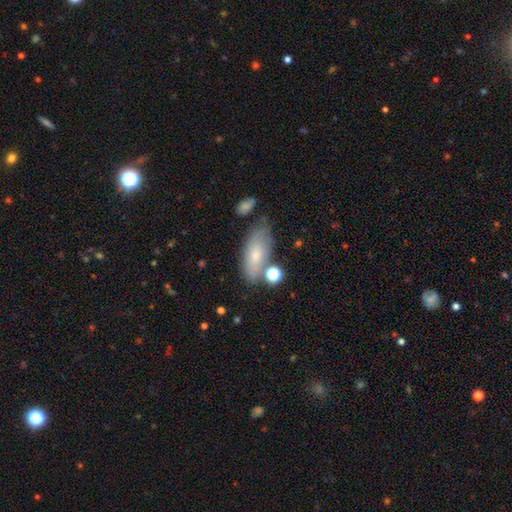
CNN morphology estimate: This is likely a smooth galaxy (71%). How rounded: clearly in between (84%). Merging: likely none (62%).